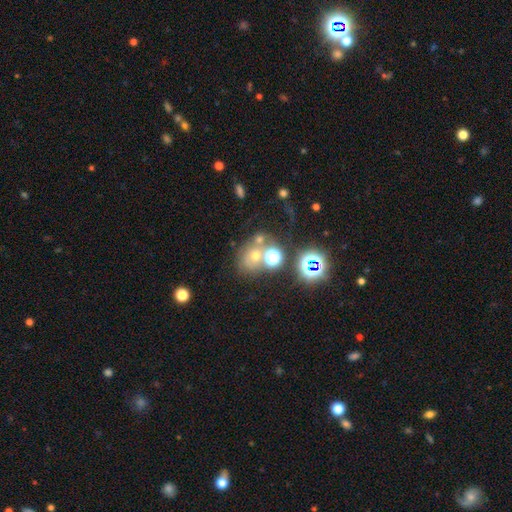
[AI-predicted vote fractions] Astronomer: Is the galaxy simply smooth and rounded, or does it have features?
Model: smooth — 51% (runner-up: star or artifact, 31%).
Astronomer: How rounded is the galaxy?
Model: round — 71%.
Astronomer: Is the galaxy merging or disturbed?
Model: none — 48% (runner-up: merger, 31%).